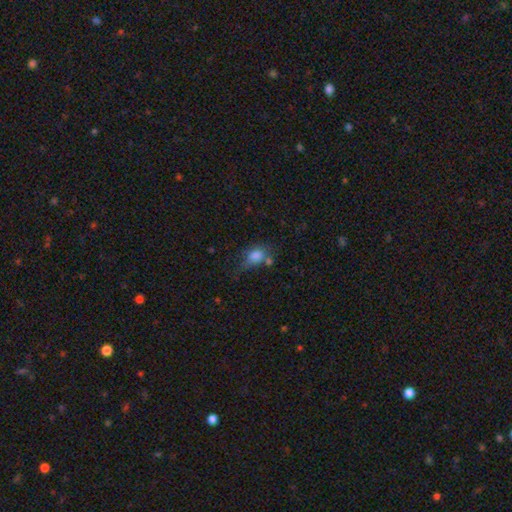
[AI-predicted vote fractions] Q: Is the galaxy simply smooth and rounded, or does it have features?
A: smooth — 79%.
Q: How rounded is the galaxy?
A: in between — 71%.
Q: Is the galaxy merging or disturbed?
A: none — 38%.